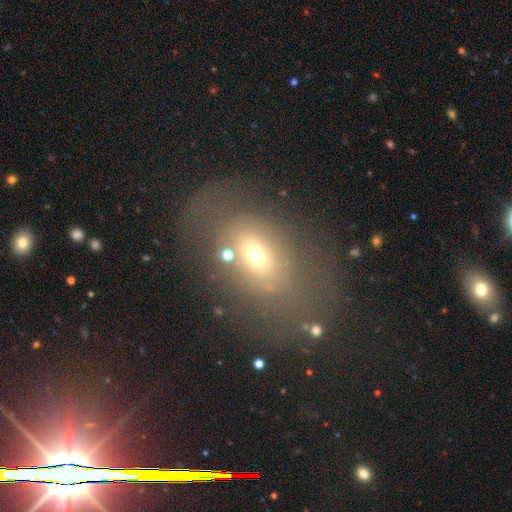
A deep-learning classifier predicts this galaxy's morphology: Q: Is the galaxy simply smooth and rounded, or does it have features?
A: smooth — 54%.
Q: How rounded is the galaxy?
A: in between — 74%.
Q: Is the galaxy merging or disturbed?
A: none — 59%.